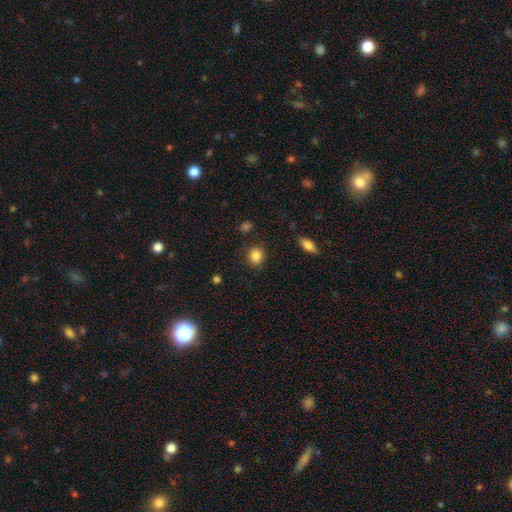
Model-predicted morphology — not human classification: Smooth or featured: smooth — 86% (star or artifact — 9%)
How rounded: round — 69% (in between — 30%)
Merging: none — 86% (minor disturbance — 9%)